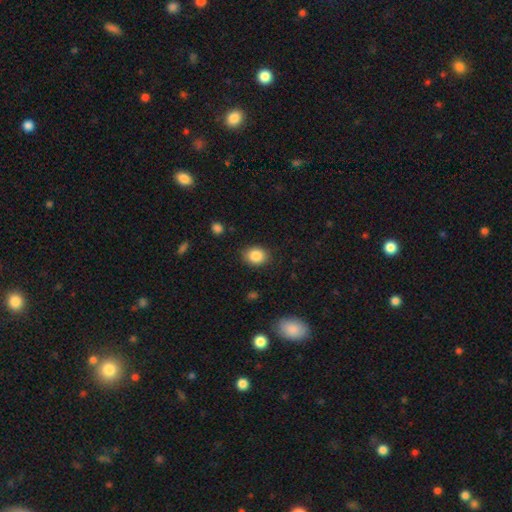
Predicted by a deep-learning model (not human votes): The model was most divided on "how rounded": round: 54%, in between: 45%, cigar-shaped: 1%. More confident: smooth or featured — smooth (86%); merging — none (86%).